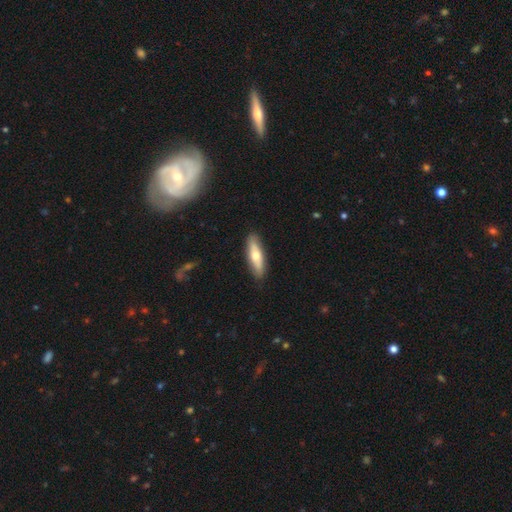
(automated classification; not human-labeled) Smooth or featured?
  - smooth: 57% *
  - featured or disk: 38%
  - star or artifact: 5%
How rounded?
  - cigar-shaped: 57% *
  - in between: 40%
  - round: 2%
Merging?
  - none: 88% *
  - minor disturbance: 9%
  - major disturbance: 2%
  - merger: 1%